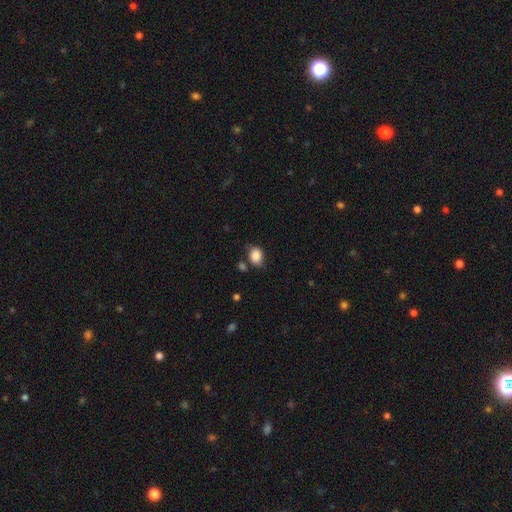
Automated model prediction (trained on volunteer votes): The model was most divided on "how rounded": in between: 60%, round: 39%, cigar-shaped: 1%. More confident: smooth or featured — smooth (86%); merging — none (63%).